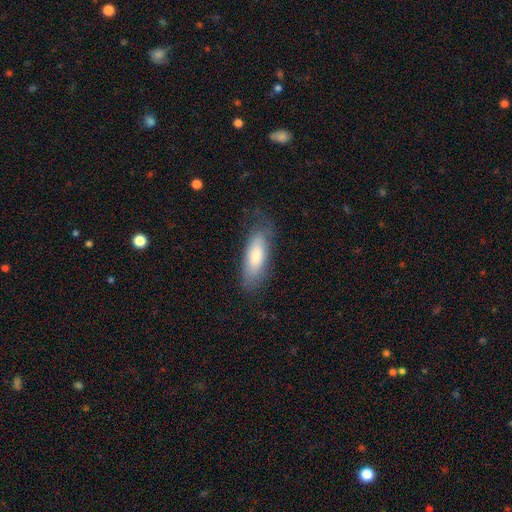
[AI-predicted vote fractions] Smooth or featured? smooth (75%)
How rounded? in between (62%)
Merging? none (68%)